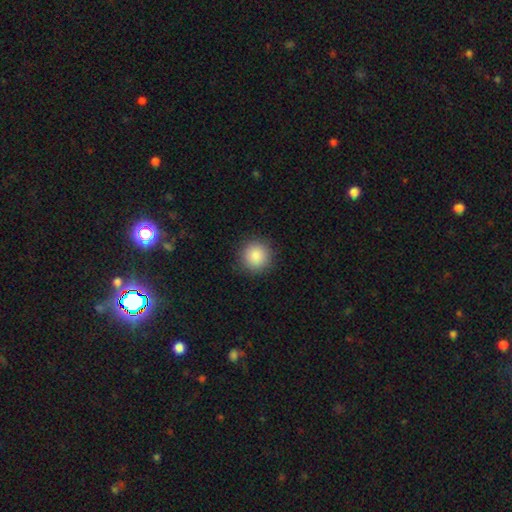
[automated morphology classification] A smooth galaxy with no disk features (87%) that is round (94%).

Vote fractions:
- Smooth or featured? smooth: 87% / star or artifact: 9% / featured or disk: 4%
- How rounded? round: 94% / in between: 5% / cigar-shaped: 1%
- Merging? none: 91% / minor disturbance: 6% / major disturbance: 2% / merger: 1%